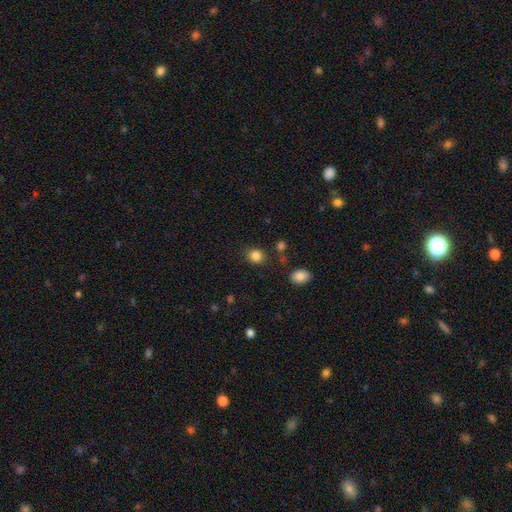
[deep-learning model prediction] Smooth or featured? smooth (84%)
How rounded? round (62%)
Merging? none (82%)